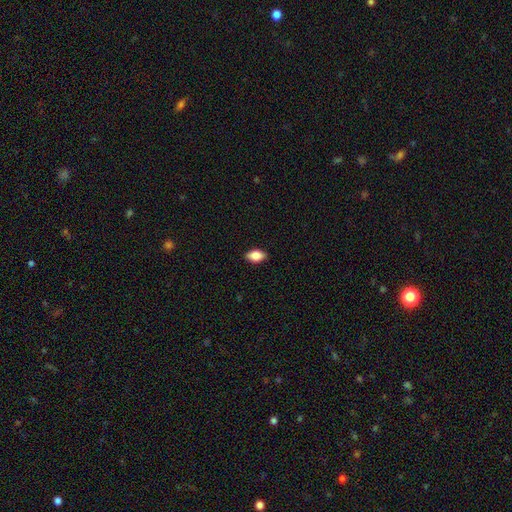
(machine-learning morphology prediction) Overall: smooth (82%). How rounded: in between (89%). Merging: none (88%).